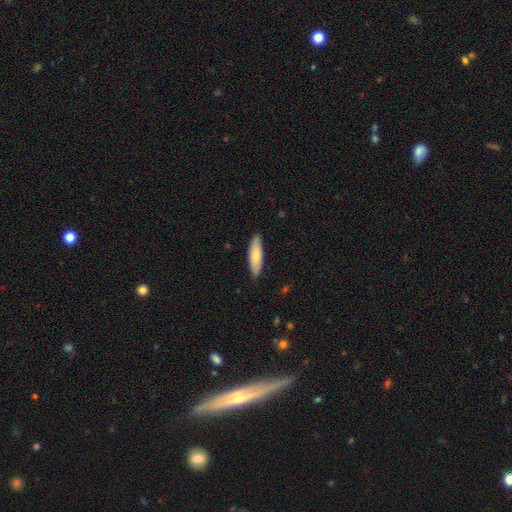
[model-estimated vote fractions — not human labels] This appears to be a smooth galaxy with no disk features (80%) that is cigar-shaped (56%). Merging: none (87%).